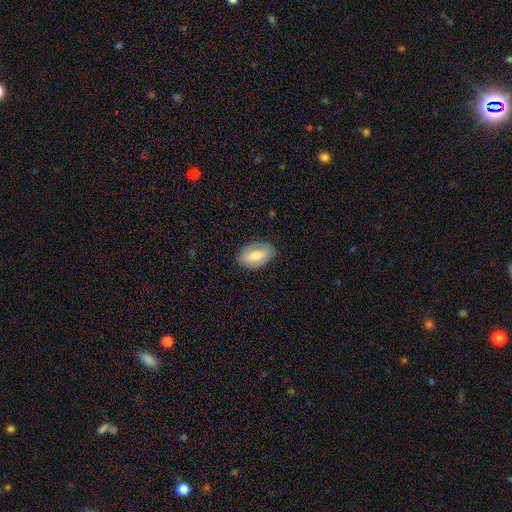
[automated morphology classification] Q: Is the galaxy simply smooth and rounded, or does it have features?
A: smooth — 62%.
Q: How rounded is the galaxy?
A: in between — 91%.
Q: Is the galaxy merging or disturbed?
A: none — 82%.